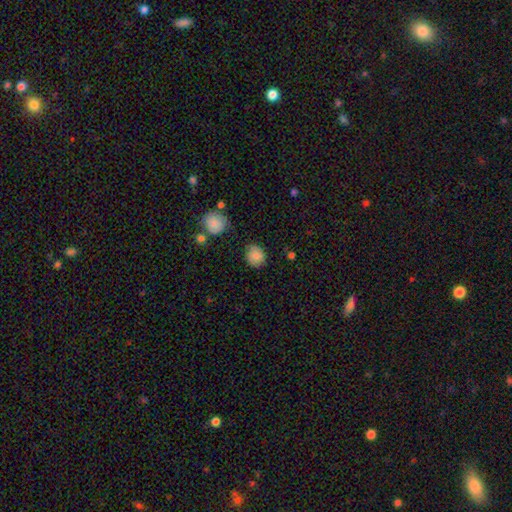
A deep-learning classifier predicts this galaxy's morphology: Smooth or featured: smooth — 80% (featured or disk — 11%)
How rounded: round — 75% (in between — 24%)
Merging: none — 74% (minor disturbance — 19%)